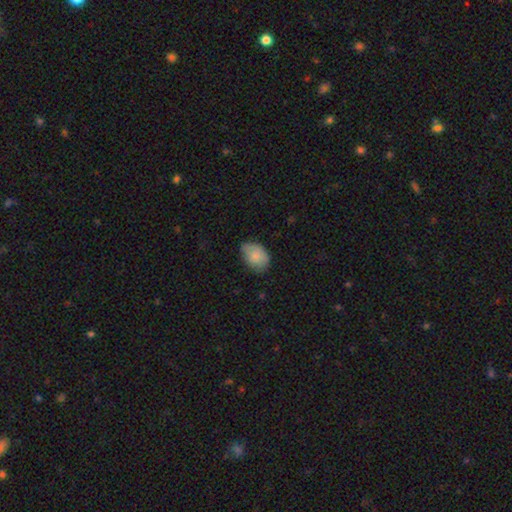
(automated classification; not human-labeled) Overall: smooth (80%). How rounded: in between (81%). Merging: none (64%; minor disturbance 30%).